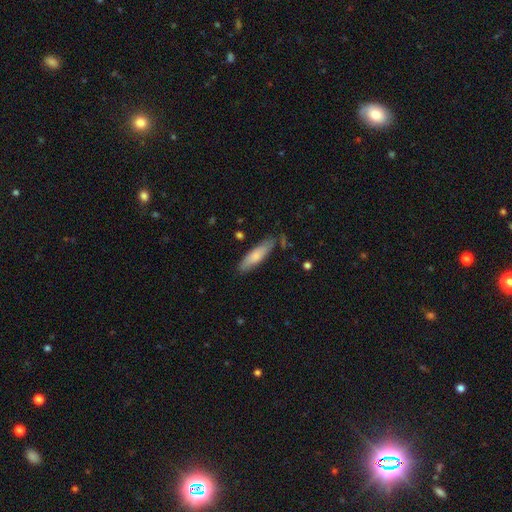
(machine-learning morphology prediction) This appears to be a smooth galaxy with no disk features (77%) that is cigar-shaped (62%). Merging: none (79%).